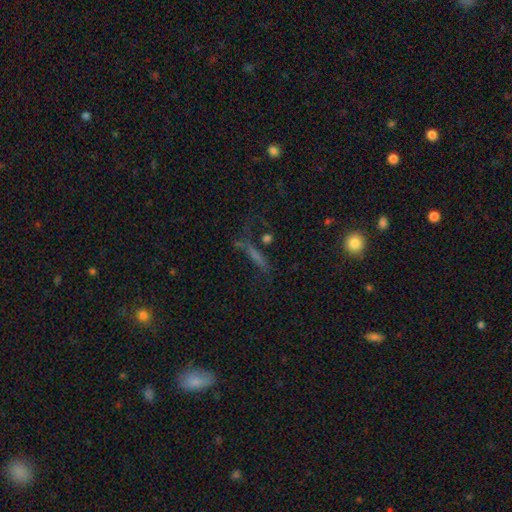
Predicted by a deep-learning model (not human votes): Smooth or featured?
  - smooth: 44% *
  - star or artifact: 28%
  - featured or disk: 28%
Merging?
  - none: 59% *
  - minor disturbance: 17%
  - major disturbance: 16%
  - merger: 8%